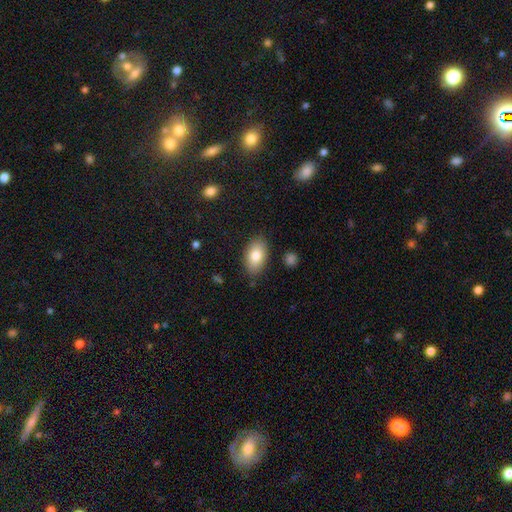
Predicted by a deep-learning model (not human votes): Smooth or featured: smooth — 80% (featured or disk — 12%)
How rounded: in between — 92% (round — 6%)
Merging: none — 85% (minor disturbance — 11%)